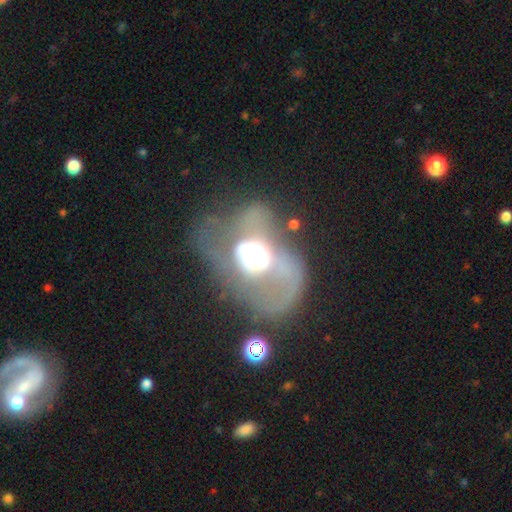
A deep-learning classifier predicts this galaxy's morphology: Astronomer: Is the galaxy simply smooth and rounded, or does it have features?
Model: featured or disk — 62%.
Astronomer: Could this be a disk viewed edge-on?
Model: no — 95%.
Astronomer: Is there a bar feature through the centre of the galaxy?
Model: no — 66%.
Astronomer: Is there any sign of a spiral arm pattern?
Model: no — 58% (runner-up: yes, 42%).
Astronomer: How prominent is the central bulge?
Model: moderate — 42% (runner-up: large, 41%).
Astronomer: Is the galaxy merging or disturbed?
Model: major disturbance — 56%.